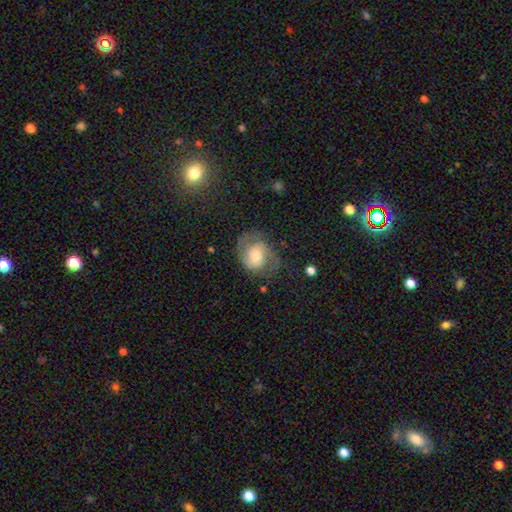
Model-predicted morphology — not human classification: Smooth or featured? featured or disk (62%)
Edge-on disk? no (97%)
Bar? no (59%)
Spiral arms? yes (87%)
Spiral winding? medium (46%)
Spiral arm count? 2 (76%)
Bulge size? moderate (56%)
Merging? none (59%)